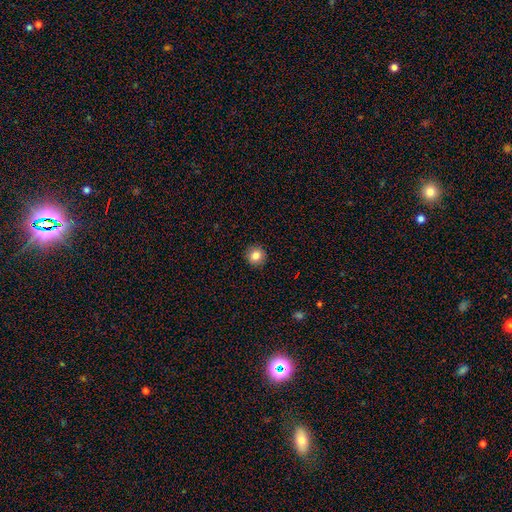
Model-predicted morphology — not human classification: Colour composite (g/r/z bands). It shows a smooth galaxy with no disk features (85%) that is round (94%). Merging: none (92%).